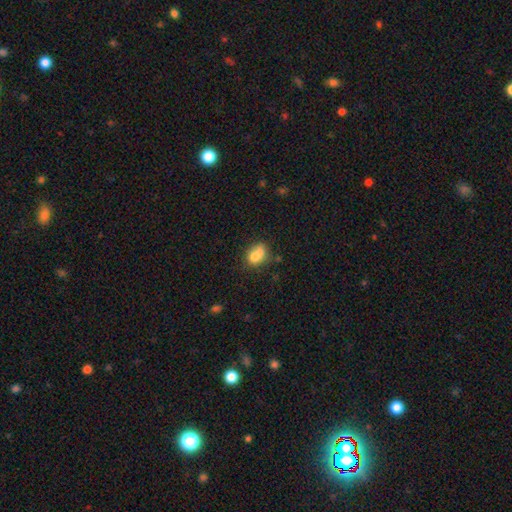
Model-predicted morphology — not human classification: Smooth or featured: smooth — 76% (featured or disk — 14%)
How rounded: in between — 65% (round — 33%)
Merging: none — 42% (merger — 27%)